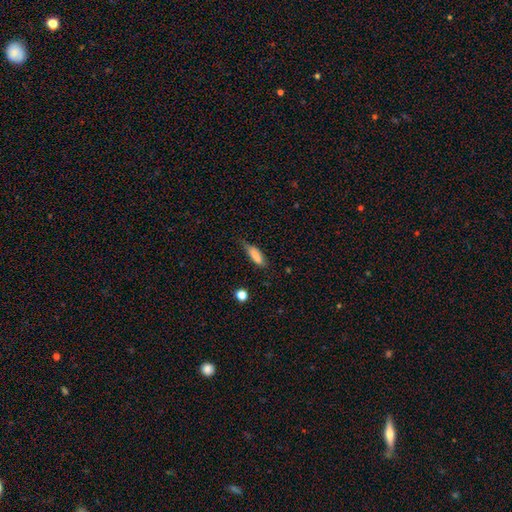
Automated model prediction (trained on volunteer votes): This appears to be a smooth galaxy with no disk features (81%) that is in between round and cigar-shaped (56%). Merging: none (56%).